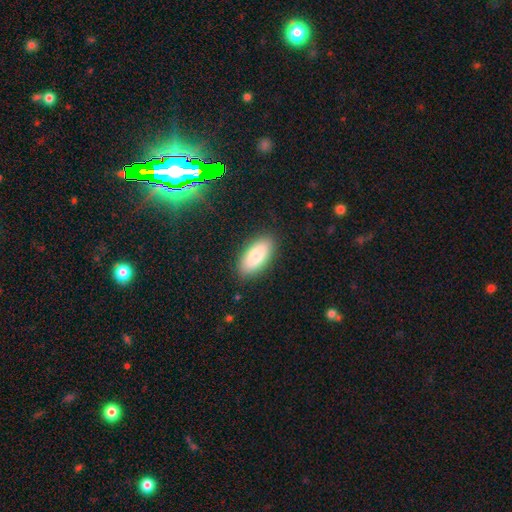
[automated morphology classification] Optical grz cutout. It shows a smooth galaxy with no disk features (84%) that is in between round and cigar-shaped (88%). Merging: none (87%).